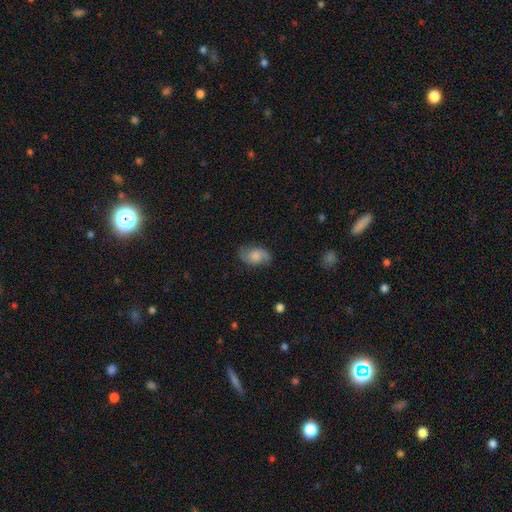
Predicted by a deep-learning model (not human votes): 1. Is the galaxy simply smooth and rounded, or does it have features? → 52% smooth, 39% featured or disk, 9% star or artifact.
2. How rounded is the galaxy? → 87% in between, 11% round, 2% cigar-shaped.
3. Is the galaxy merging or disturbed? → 73% none, 19% minor disturbance, 6% major disturbance, 1% merger.